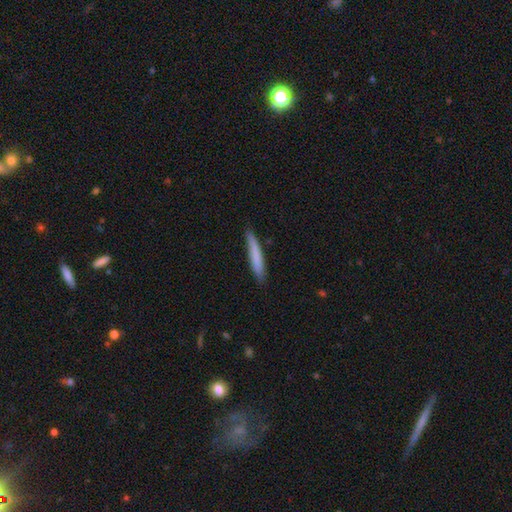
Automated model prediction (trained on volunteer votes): Smooth or featured? smooth (75%)
How rounded? cigar-shaped (95%)
Merging? none (85%)